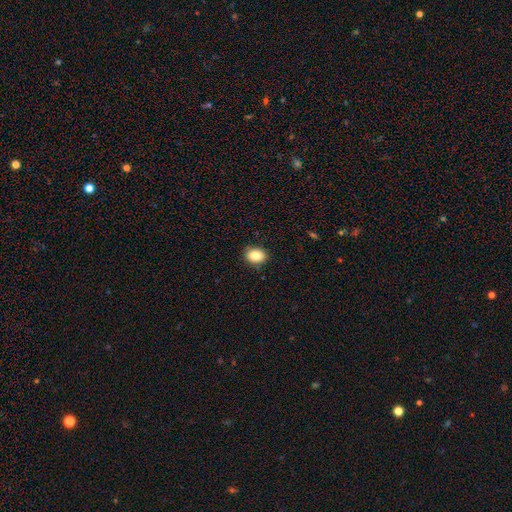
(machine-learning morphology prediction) Smooth or featured? smooth (86%)
How rounded? in between (73%)
Merging? none (88%)